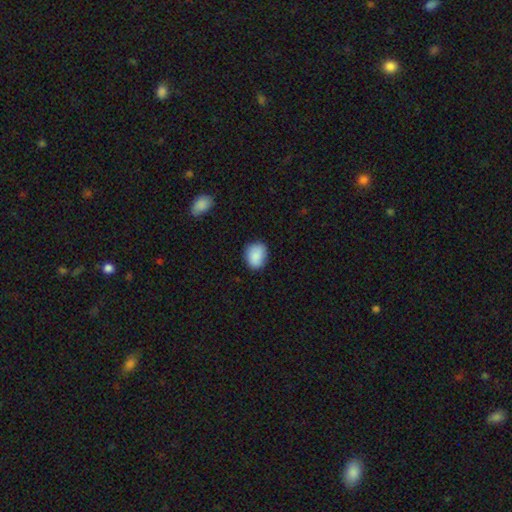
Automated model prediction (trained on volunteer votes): The model was most divided on "how rounded": in between: 53%, round: 46%, cigar-shaped: 1%. More confident: smooth or featured — smooth (89%); merging — none (80%).